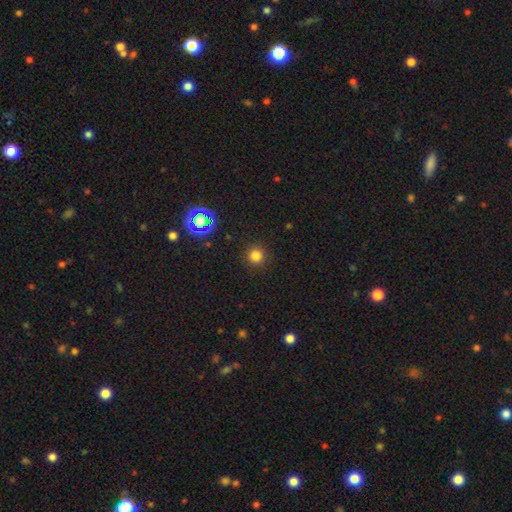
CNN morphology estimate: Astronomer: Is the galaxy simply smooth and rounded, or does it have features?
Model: smooth — 79%.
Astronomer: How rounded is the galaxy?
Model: round — 95%.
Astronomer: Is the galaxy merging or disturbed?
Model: none — 91%.